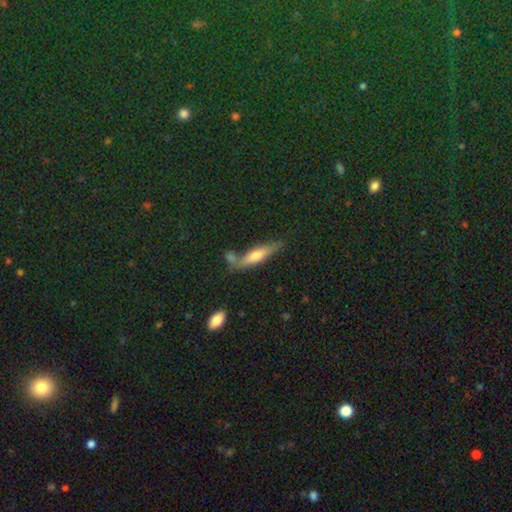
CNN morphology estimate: The model was most divided on "smooth or featured": smooth: 56%, featured or disk: 36%, star or artifact: 8%. More confident: how rounded — cigar-shaped (74%); merging — none (62%).